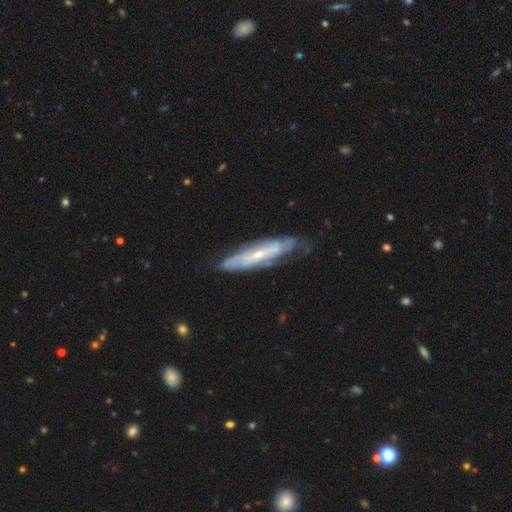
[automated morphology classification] This is likely a featured or disk galaxy (72%). It is possibly not viewed edge-on (56%). Merging: likely none (68%).